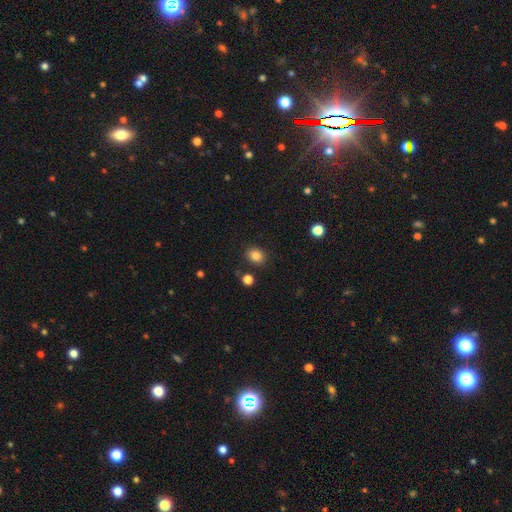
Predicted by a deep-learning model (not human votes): This is clearly a smooth galaxy (84%). How rounded: possibly round (55%). Merging: clearly none (84%).